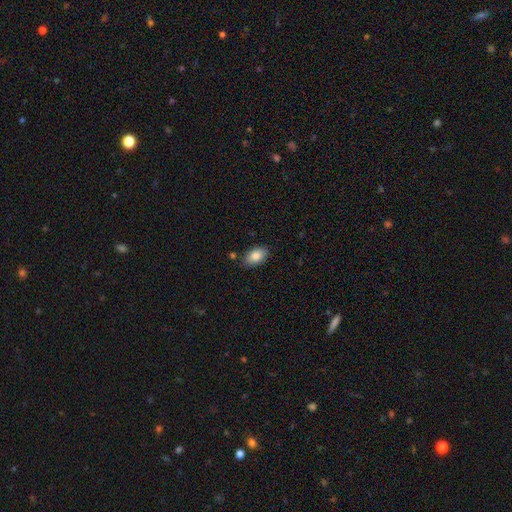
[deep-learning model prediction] Smooth or featured? Predicted: smooth (p=0.84). How rounded? Predicted: in between (p=0.92). Merging? Predicted: none (p=0.83).